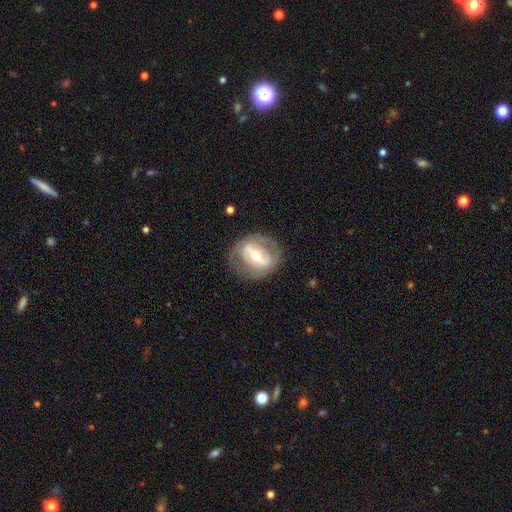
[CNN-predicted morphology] A featured or disk galaxy (69%) with a strong bar (51%), no spiral arms (61%) and a moderate central bulge (70%). Merging: none (74%).